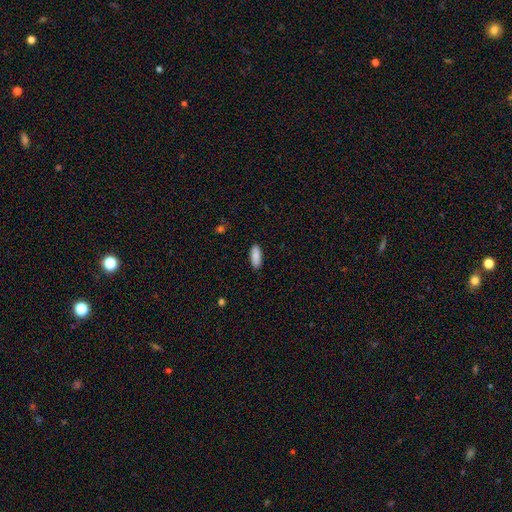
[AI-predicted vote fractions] Smooth or featured? smooth (89%)
How rounded? in between (75%)
Merging? none (88%)